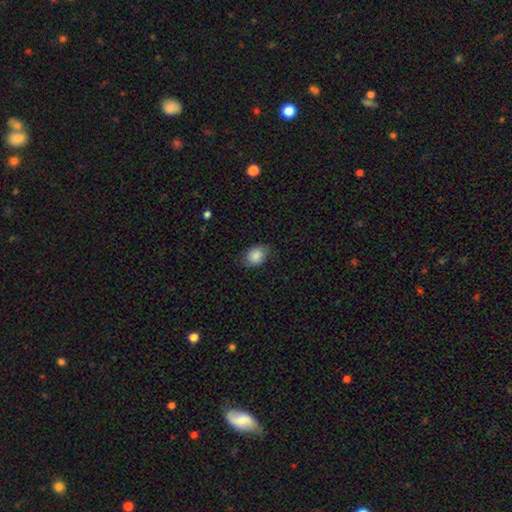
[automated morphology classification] Smooth or featured? smooth (86%)
How rounded? in between (64%)
Merging? none (73%)